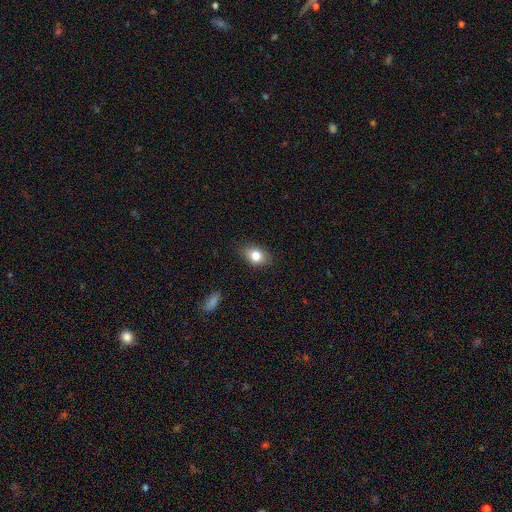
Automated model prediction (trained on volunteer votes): Smooth or featured?
  - smooth: 79% *
  - featured or disk: 12%
  - star or artifact: 9%
How rounded?
  - in between: 73% *
  - round: 26%
  - cigar-shaped: 2%
Merging?
  - none: 80% *
  - minor disturbance: 16%
  - major disturbance: 3%
  - merger: 1%